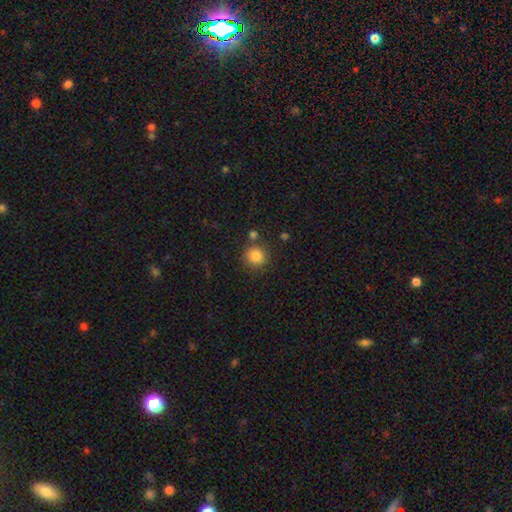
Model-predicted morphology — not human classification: A smooth galaxy with no disk features (84%) that is round (89%). Merging: none (78%).